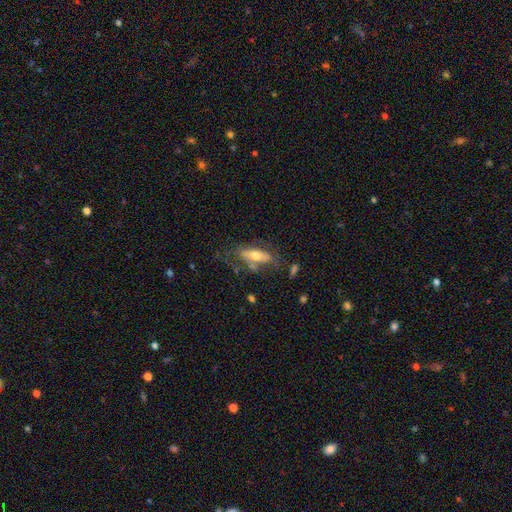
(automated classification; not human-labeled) smooth-or-featured: smooth: 50% | featured or disk: 43% | star or artifact: 7%
  merging: none: 53% | minor disturbance: 23% | major disturbance: 16% | merger: 8%